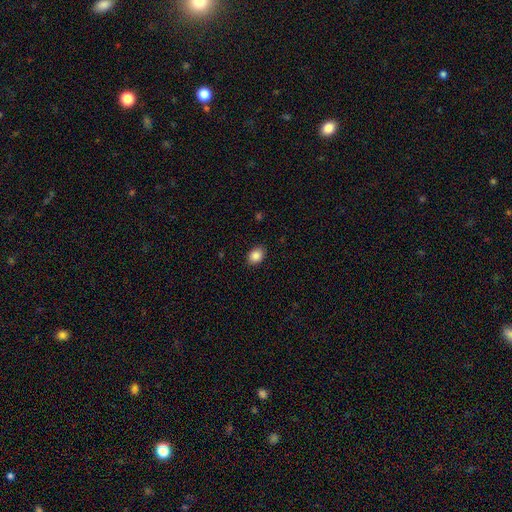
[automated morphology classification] Smooth or featured? smooth (87%)
How rounded? in between (67%)
Merging? none (87%)